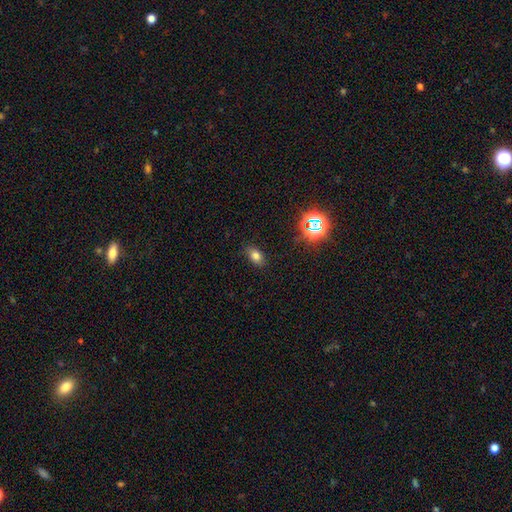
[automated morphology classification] Smooth or featured?
  - smooth: 76% *
  - star or artifact: 16%
  - featured or disk: 9%
How rounded?
  - in between: 85% *
  - round: 13%
  - cigar-shaped: 3%
Merging?
  - none: 84% *
  - minor disturbance: 12%
  - major disturbance: 3%
  - merger: 1%